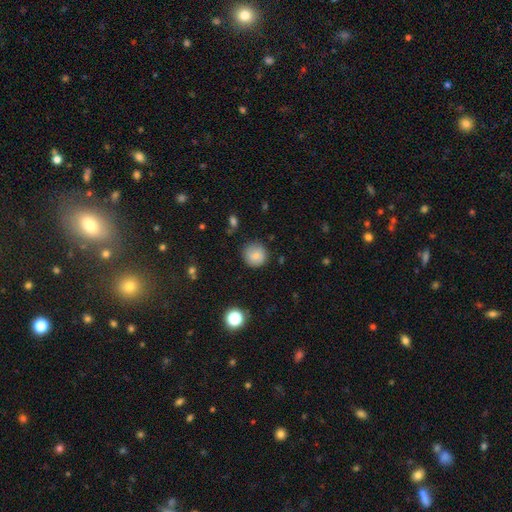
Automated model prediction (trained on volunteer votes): Smooth or featured?
  - smooth: 81% *
  - star or artifact: 10%
  - featured or disk: 10%
How rounded?
  - round: 93% *
  - in between: 6%
  - cigar-shaped: 1%
Merging?
  - none: 83% *
  - minor disturbance: 12%
  - major disturbance: 3%
  - merger: 2%